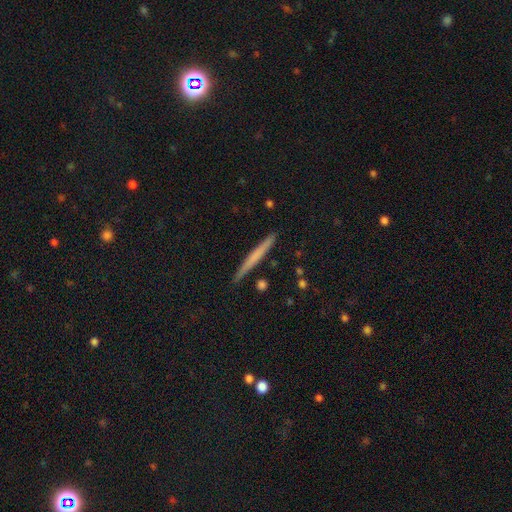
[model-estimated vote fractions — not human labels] smooth 55%, featured or disk 39%, star or artifact 6%. Down the decision tree: how rounded — cigar-shaped (97%); merging — none (90%).